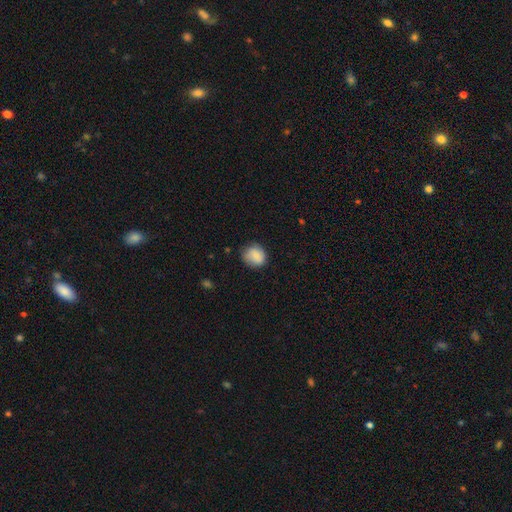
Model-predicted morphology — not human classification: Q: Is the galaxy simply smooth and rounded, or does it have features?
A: smooth — 85%.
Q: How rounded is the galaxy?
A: round — 72%.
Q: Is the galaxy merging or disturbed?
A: none — 75%.